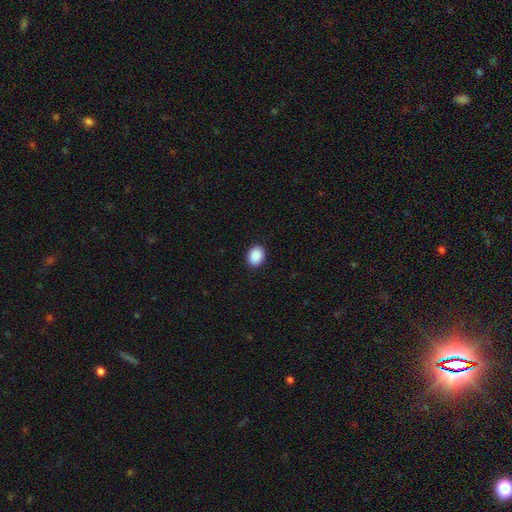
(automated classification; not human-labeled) A smooth galaxy with no disk features (90%) that is in between round and cigar-shaped (52%).

Vote fractions:
- Smooth or featured? smooth: 90% / star or artifact: 8% / featured or disk: 3%
- How rounded? in between: 52% / round: 48% / cigar-shaped: 1%
- Merging? none: 91% / minor disturbance: 6% / major disturbance: 2% / merger: 1%